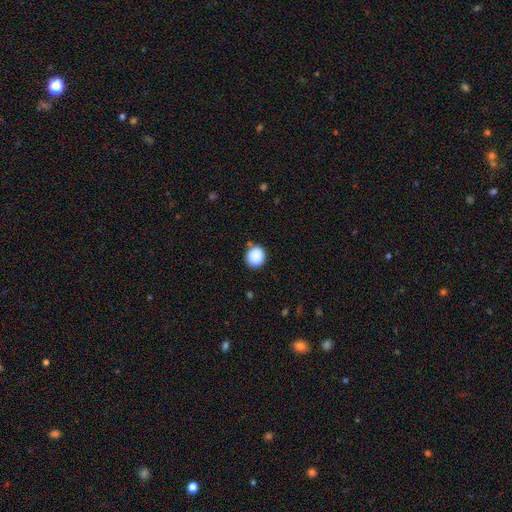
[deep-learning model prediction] The model was most divided on "merging": none: 82%, minor disturbance: 12%, merger: 3%, major disturbance: 3%. More confident: smooth or featured — smooth (89%); how rounded — round (85%).